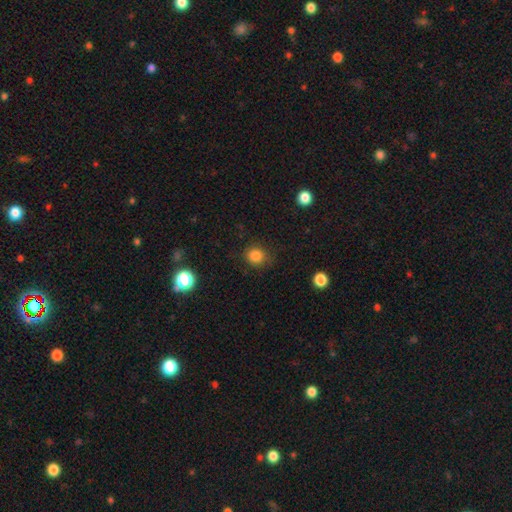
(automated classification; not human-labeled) This is clearly a smooth galaxy (84%). How rounded: clearly round (86%). Merging: clearly none (82%).